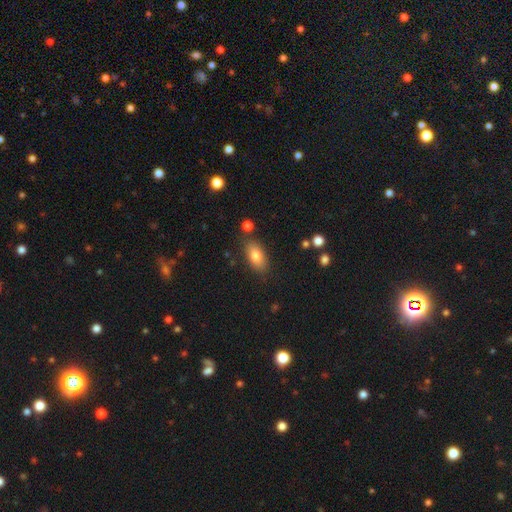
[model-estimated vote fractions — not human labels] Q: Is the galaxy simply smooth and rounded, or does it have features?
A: smooth — 80%.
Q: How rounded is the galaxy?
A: in between — 88%.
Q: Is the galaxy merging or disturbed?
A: none — 80%.